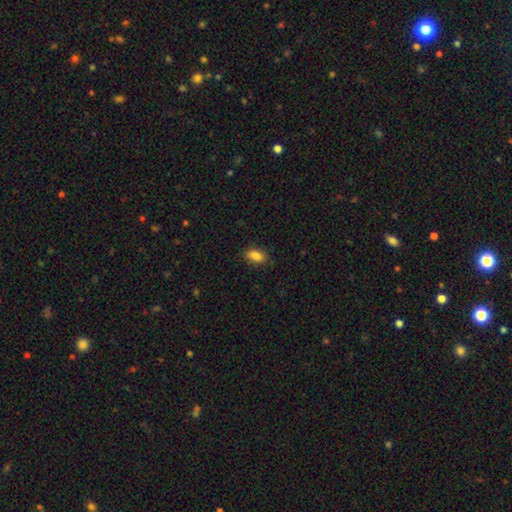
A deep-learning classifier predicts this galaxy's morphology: Overall: smooth (86%). How rounded: in between (88%). Merging: none (87%).